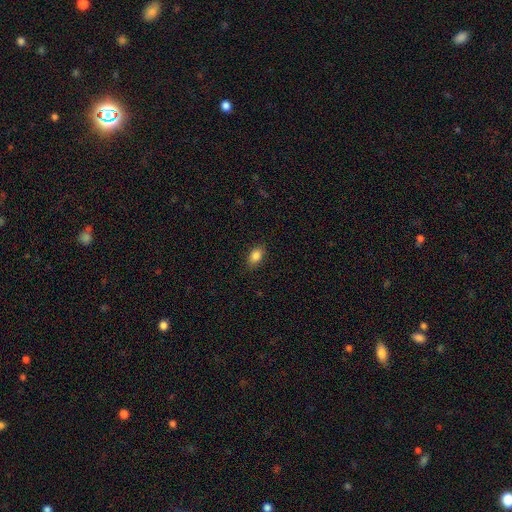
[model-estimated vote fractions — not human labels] Q: Smooth or featured?
A: smooth (86%); runner-up: star or artifact (9%)
Q: How rounded?
A: in between (85%); runner-up: round (12%)
Q: Merging?
A: none (87%); runner-up: minor disturbance (10%)